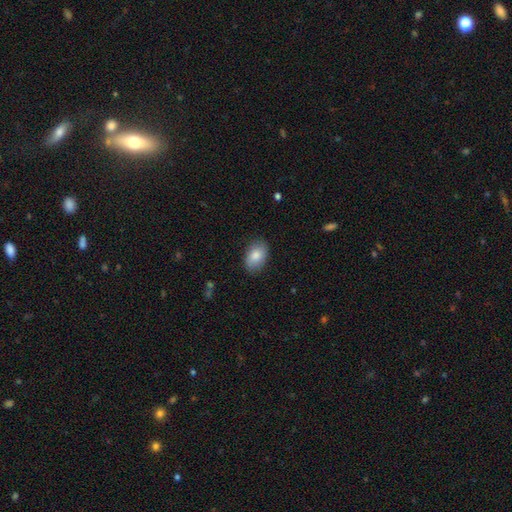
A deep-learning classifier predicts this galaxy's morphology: This appears to be a smooth galaxy with no disk features (83%) that is in between round and cigar-shaped (89%). Merging: none (84%).